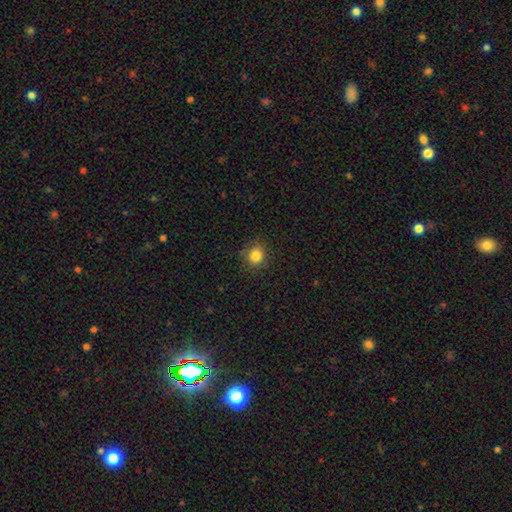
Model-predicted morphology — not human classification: smooth 84%, star or artifact 12%, featured or disk 5%. Down the decision tree: how rounded — round (88%); merging — none (86%).